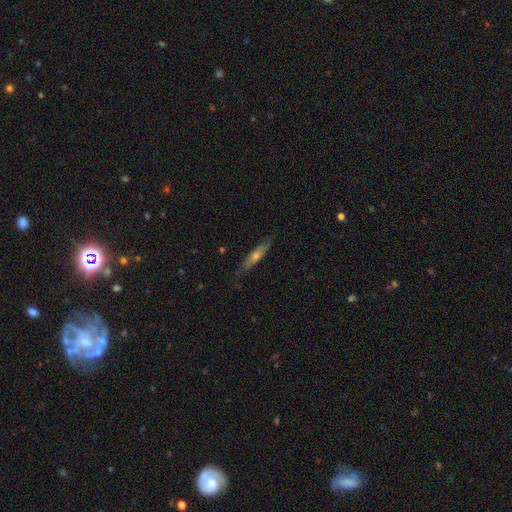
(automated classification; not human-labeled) Morphology: type=featured or disk (56%); edge-on=yes (82%); merging=none (79%).